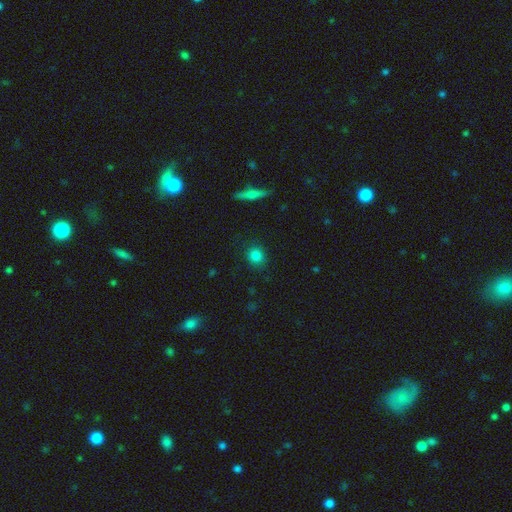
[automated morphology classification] Smooth or featured? smooth (84%)
How rounded? round (83%)
Merging? none (88%)